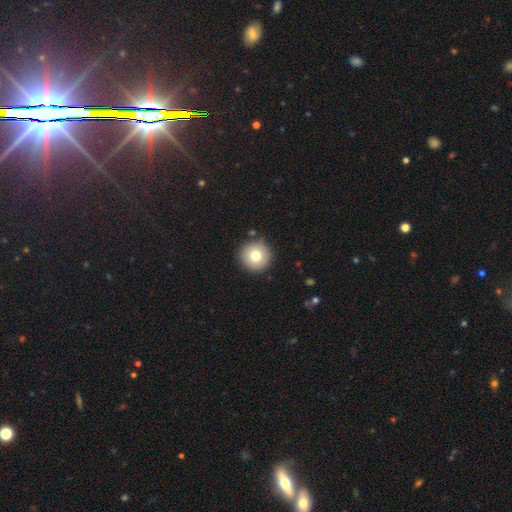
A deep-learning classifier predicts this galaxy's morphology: Smooth or featured? Predicted: smooth (p=0.75). How rounded? Predicted: round (p=0.96). Merging? Predicted: none (p=0.87).